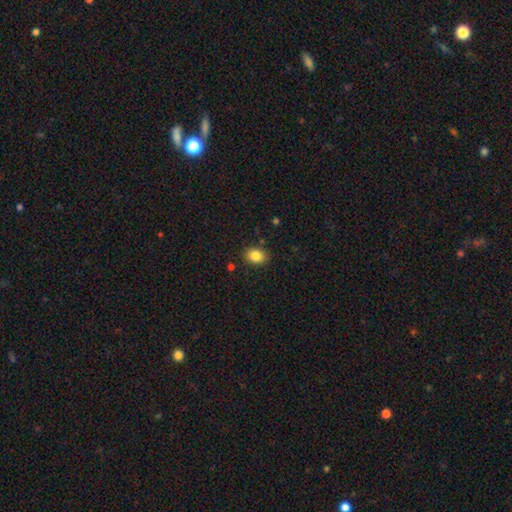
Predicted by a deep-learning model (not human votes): A smooth galaxy with no disk features (85%) that is in between round and cigar-shaped (58%). Merging: none (85%).